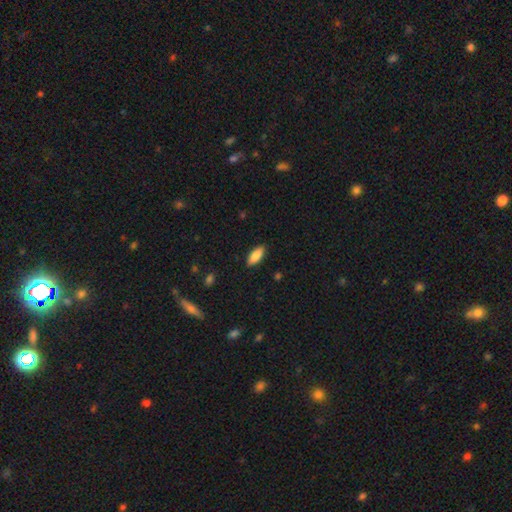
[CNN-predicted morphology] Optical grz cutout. It shows a smooth galaxy with no disk features (86%) that is in between round and cigar-shaped (78%). Merging: none (88%).